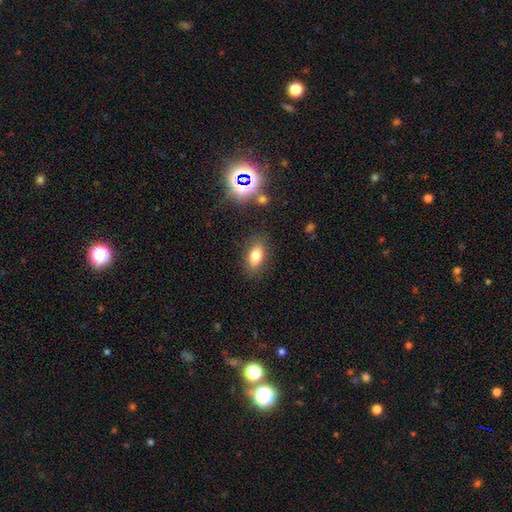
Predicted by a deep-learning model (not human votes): This is likely a smooth galaxy (75%). How rounded: clearly in between (83%). Merging: clearly none (84%).